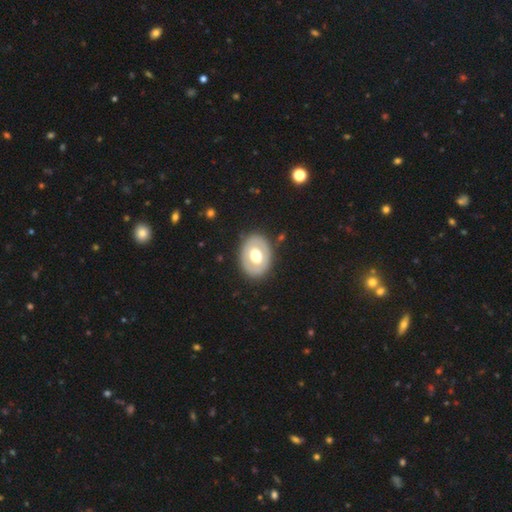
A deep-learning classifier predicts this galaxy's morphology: type=smooth (51%); roundness=in between (70%); merging=none (84%).